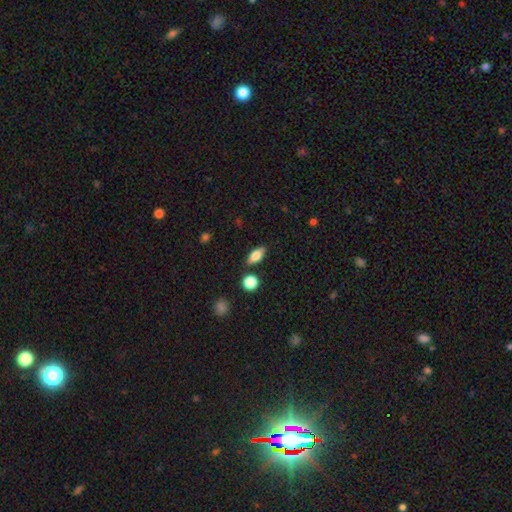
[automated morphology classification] A smooth galaxy with no disk features (72%) that is in between round and cigar-shaped (76%).

Vote fractions:
- Smooth or featured? smooth: 72% / featured or disk: 20% / star or artifact: 8%
- How rounded? in between: 76% / cigar-shaped: 18% / round: 7%
- Merging? none: 84% / minor disturbance: 10% / merger: 4% / major disturbance: 3%